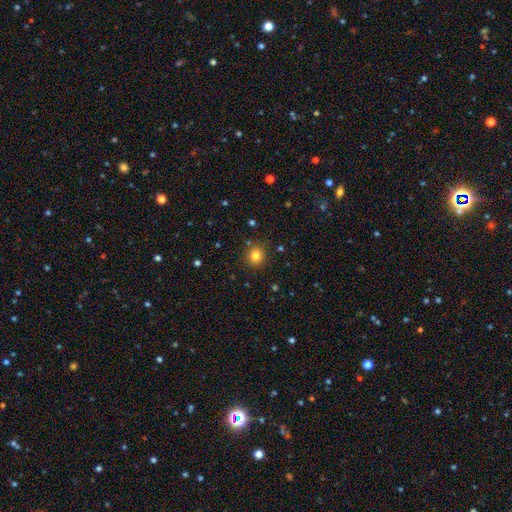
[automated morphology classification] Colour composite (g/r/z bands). It shows a smooth galaxy with no disk features (81%) that is round (84%). Merging: none (87%).